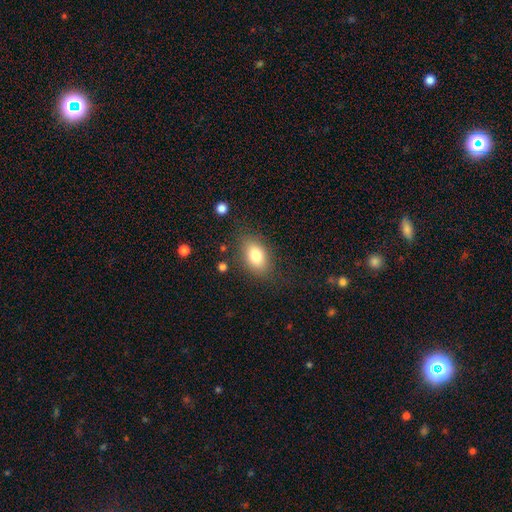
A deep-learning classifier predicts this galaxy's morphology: Q: Smooth or featured?
A: smooth (81%); runner-up: featured or disk (12%)
Q: How rounded?
A: in between (87%); runner-up: round (10%)
Q: Merging?
A: none (80%); runner-up: minor disturbance (14%)